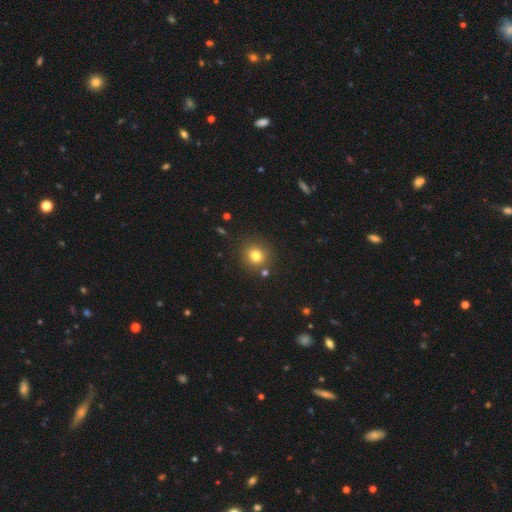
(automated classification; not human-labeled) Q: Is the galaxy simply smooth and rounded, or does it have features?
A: smooth — 79%.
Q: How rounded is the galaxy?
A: round — 90%.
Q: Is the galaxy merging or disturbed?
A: none — 83%.